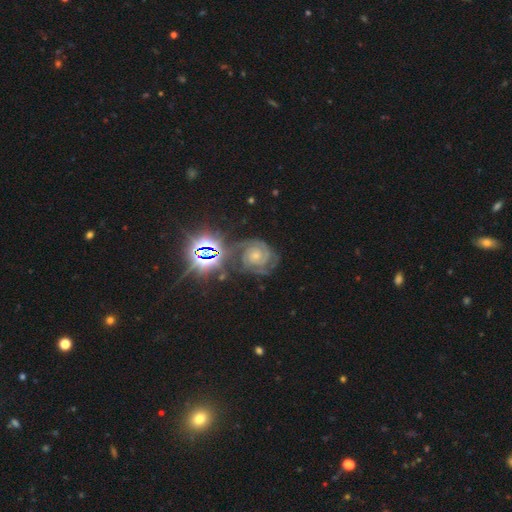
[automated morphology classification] This appears to be a featured or disk galaxy (80%) with no bar (76%), 2 (42%) tight (73%) spiral arms (97%) and a small central bulge (63%). Merging: none (66%).